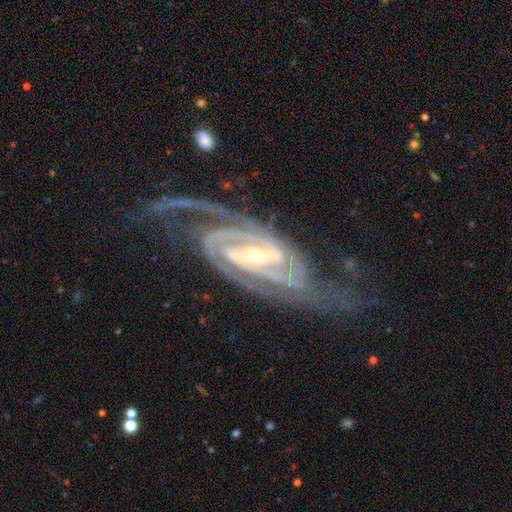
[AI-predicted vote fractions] Smooth or featured? featured or disk (93%)
Edge-on disk? no (96%)
Bar? strong (44%)
Spiral arms? yes (99%)
Spiral winding? tight (56%)
Spiral arm count? 2 (61%)
Bulge size? small (64%)
Merging? none (67%)